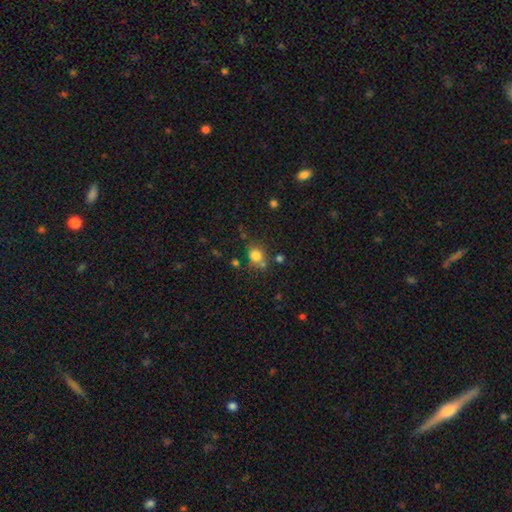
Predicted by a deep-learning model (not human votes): A smooth galaxy with no disk features (78%) that is round (67%).

Vote fractions:
- Smooth or featured? smooth: 78% / star or artifact: 14% / featured or disk: 8%
- How rounded? round: 67% / in between: 32% / cigar-shaped: 1%
- Merging? none: 63% / minor disturbance: 16% / merger: 15% / major disturbance: 6%